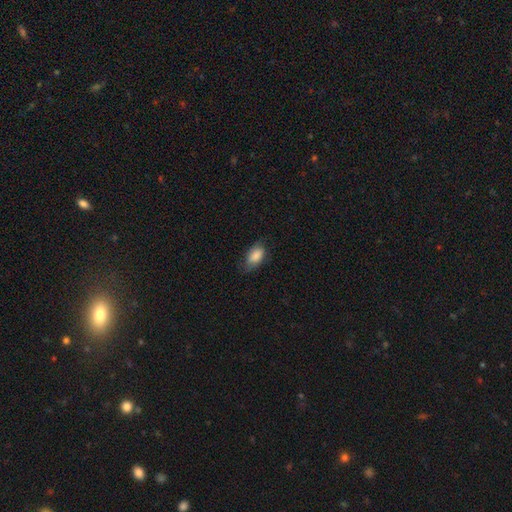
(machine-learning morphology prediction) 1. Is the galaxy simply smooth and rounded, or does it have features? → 84% smooth, 9% featured or disk, 7% star or artifact.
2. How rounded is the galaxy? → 91% in between, 5% round, 4% cigar-shaped.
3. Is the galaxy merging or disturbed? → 67% none, 25% minor disturbance, 6% major disturbance, 1% merger.